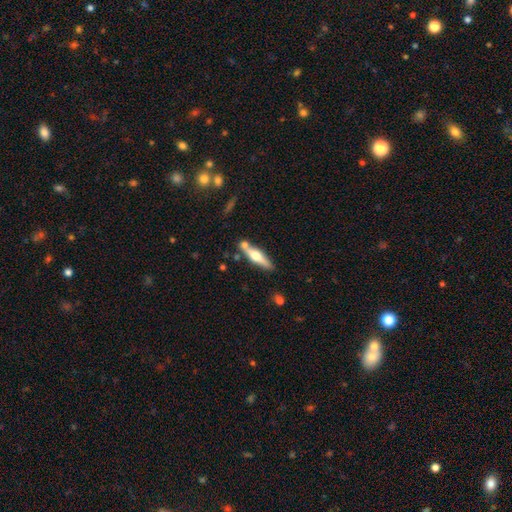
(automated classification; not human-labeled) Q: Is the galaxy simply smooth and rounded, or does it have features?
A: featured or disk — 58%.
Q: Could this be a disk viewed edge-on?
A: yes — 94%.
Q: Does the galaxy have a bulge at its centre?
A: rounded — 93%.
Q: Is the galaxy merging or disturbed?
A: none — 74%.